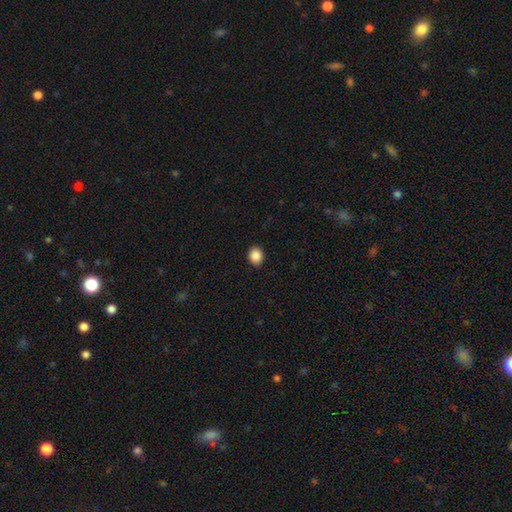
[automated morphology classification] smooth-or-featured: smooth: 87% | star or artifact: 9% | featured or disk: 4%
  how-rounded: round: 61% | in between: 38% | cigar-shaped: 1%
  merging: none: 92% | minor disturbance: 6% | major disturbance: 2% | merger: 1%